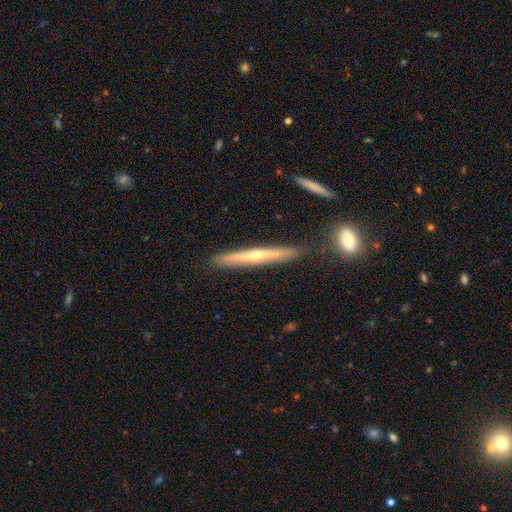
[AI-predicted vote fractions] Overall: featured or disk (66%; smooth 28%). Edge-on disk: yes (95%). Edge-on bulge: rounded (75%). Merging: none (86%).